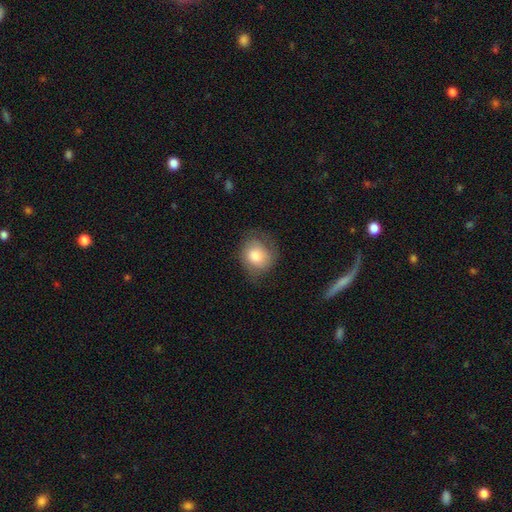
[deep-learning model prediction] Q: Smooth or featured?
A: smooth (68%); runner-up: featured or disk (24%)
Q: How rounded?
A: round (72%); runner-up: in between (27%)
Q: Merging?
A: none (63%); runner-up: minor disturbance (25%)